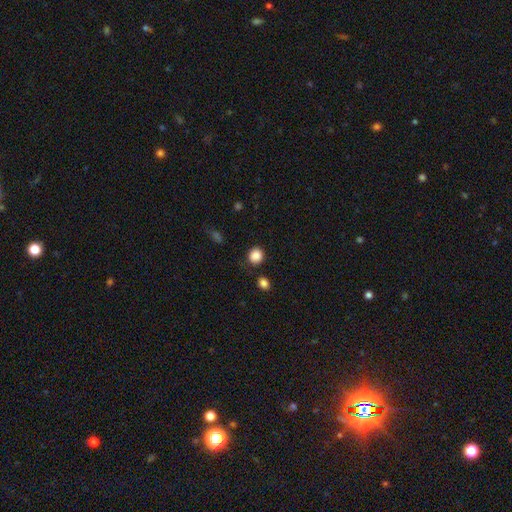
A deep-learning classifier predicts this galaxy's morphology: This appears to be a smooth galaxy with no disk features (87%) that is round (86%). Merging: none (83%).